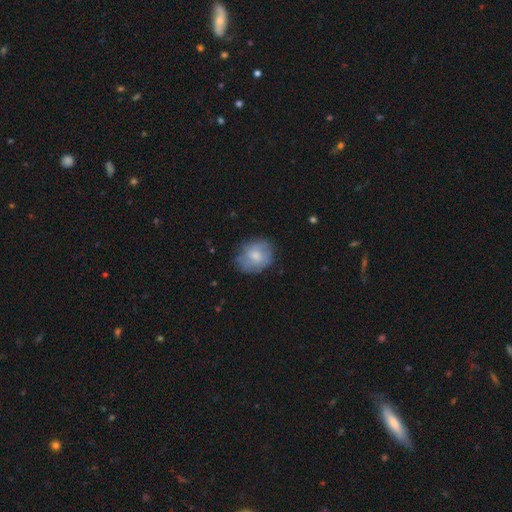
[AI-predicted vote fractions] smooth_or_featured: smooth (p=0.65) [alt: featured or disk p=0.28]
how_rounded: round (p=0.63) [alt: in between p=0.36]
merging: none (p=0.69) [alt: minor disturbance p=0.22]